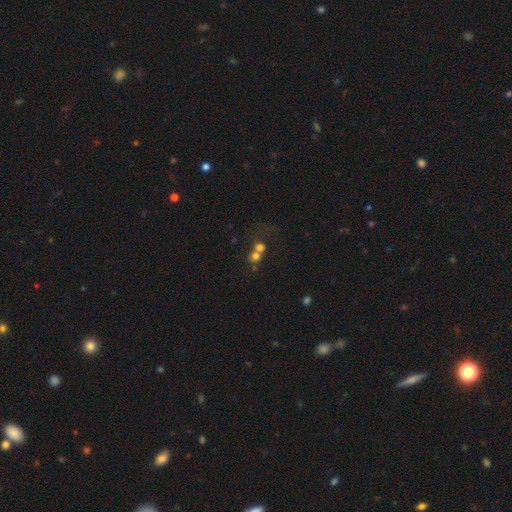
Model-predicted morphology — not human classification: Smooth or featured? Predicted: smooth (p=0.66). How rounded? Predicted: round (p=0.82). Merging? Predicted: merger (p=0.59).